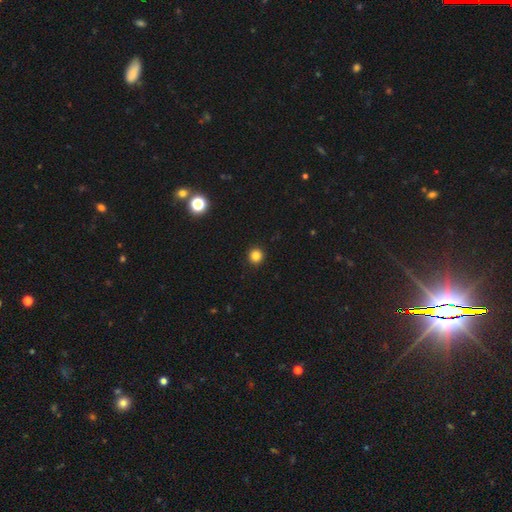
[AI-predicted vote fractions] A smooth galaxy with no disk features (84%) that is round (95%). Merging: none (93%).